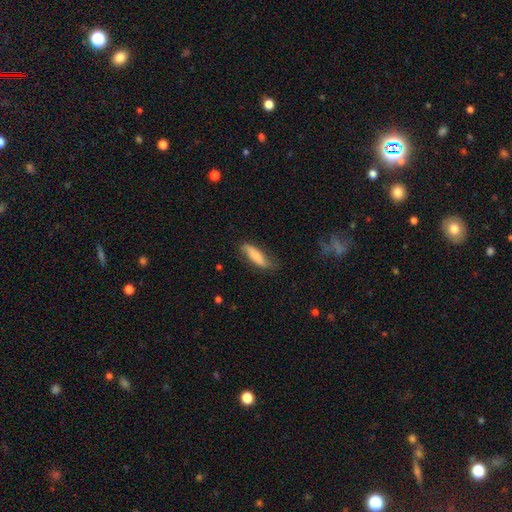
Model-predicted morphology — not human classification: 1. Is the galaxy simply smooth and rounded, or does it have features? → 73% smooth, 21% featured or disk, 6% star or artifact.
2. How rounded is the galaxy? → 58% cigar-shaped, 40% in between, 2% round.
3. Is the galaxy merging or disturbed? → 68% none, 24% minor disturbance, 6% major disturbance, 2% merger.